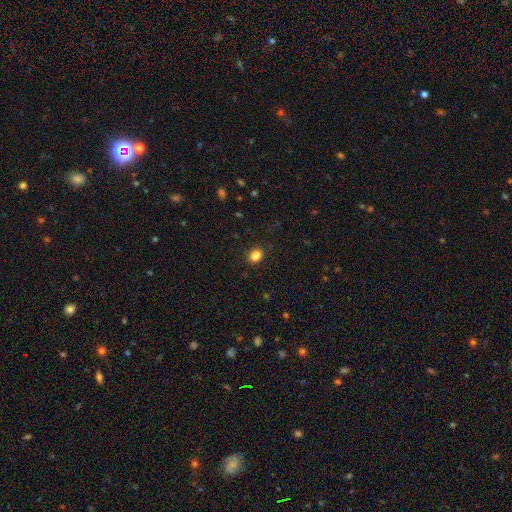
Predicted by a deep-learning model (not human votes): A smooth galaxy with no disk features (85%) that is in between round and cigar-shaped (60%). Merging: none (87%).